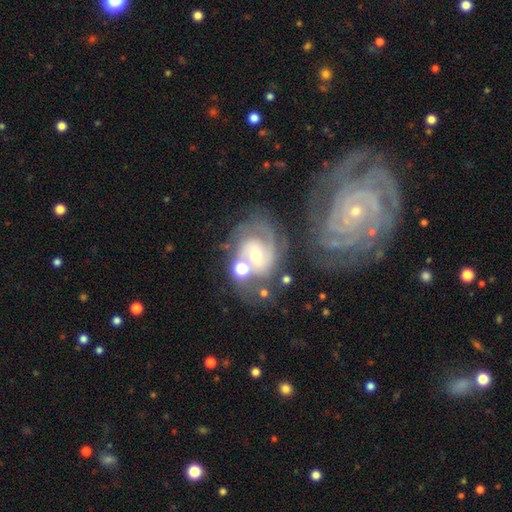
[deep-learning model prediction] smooth_or_featured: featured or disk (p=0.81) [alt: smooth p=0.11]
disk_edge_on: no (p=0.97) [alt: yes p=0.03]
bar: no (p=0.45) [alt: weak p=0.40]
has_spiral_arms: yes (p=0.94) [alt: no p=0.06]
spiral_winding: tight (p=0.48) [alt: medium p=0.40]
spiral_arm_count: 2 (p=0.51) [alt: can't tell p=0.20]
bulge_size: moderate (p=0.51) [alt: small p=0.42]
merging: none (p=0.41) [alt: merger p=0.30]